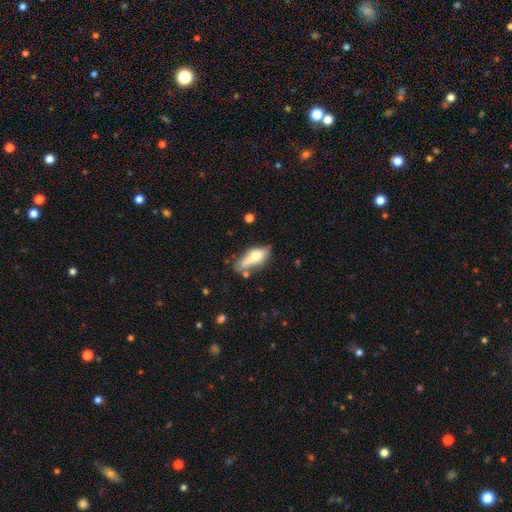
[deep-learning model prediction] Smooth or featured? Predicted: smooth (p=0.56). How rounded? Predicted: in between (p=0.61). Merging? Predicted: none (p=0.49).